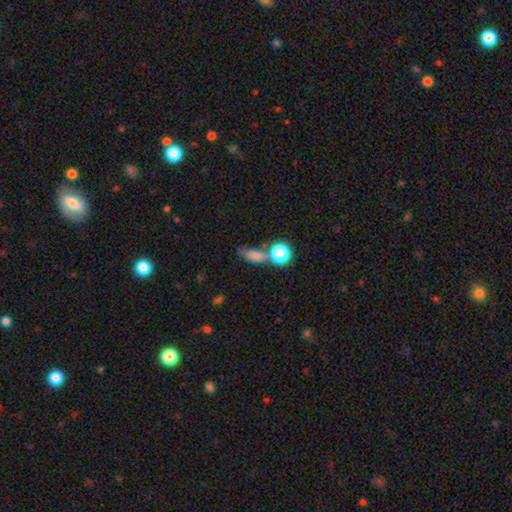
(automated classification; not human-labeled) smooth 75%, star or artifact 13%, featured or disk 12%. Down the decision tree: how rounded — in between (49%); merging — none (42%).